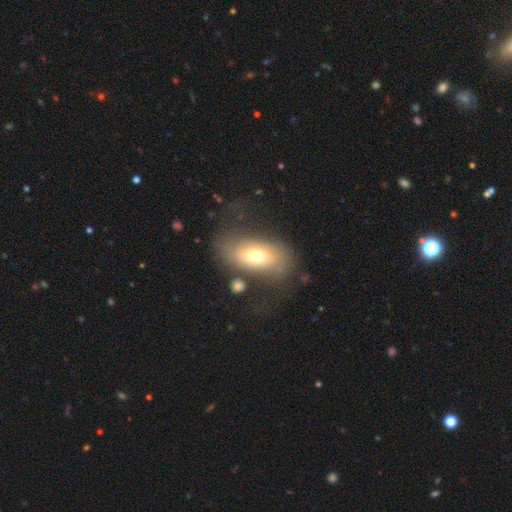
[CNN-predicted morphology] smooth_or_featured: smooth (p=0.50) [alt: featured or disk p=0.42]
merging: none (p=0.52) [alt: minor disturbance p=0.21]